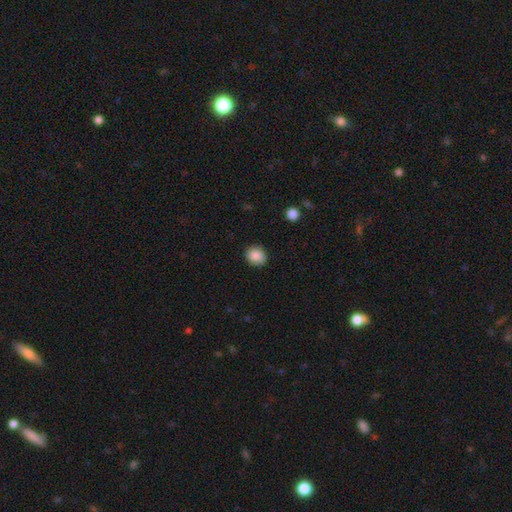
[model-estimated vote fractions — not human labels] Smooth or featured? Predicted: smooth (p=0.88). How rounded? Predicted: round (p=0.78). Merging? Predicted: none (p=0.88).